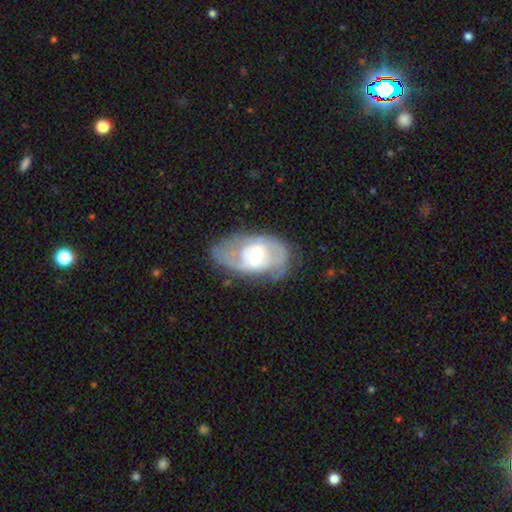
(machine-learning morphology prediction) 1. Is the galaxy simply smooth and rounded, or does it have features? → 78% featured or disk, 16% smooth, 6% star or artifact.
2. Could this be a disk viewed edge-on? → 95% no, 5% yes.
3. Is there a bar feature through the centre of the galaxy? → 49% weak, 33% no, 18% strong.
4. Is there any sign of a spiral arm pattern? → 84% yes, 16% no.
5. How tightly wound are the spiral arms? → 43% medium, 41% tight, 16% loose.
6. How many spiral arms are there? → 64% 2, 22% can't tell, 6% 3, 5% 1, 2% 4, 2% more than 4.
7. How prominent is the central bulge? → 57% moderate, 34% small, 7% large, 1% none, 1% dominant.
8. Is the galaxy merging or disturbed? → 65% none, 21% minor disturbance, 12% major disturbance, 2% merger.